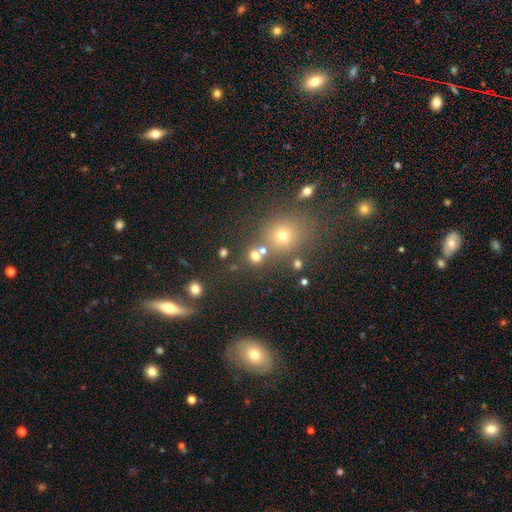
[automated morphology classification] smooth-or-featured: smooth: 70% | star or artifact: 22% | featured or disk: 8%
  how-rounded: round: 86% | in between: 13% | cigar-shaped: 1%
  merging: none: 68% | merger: 20% | minor disturbance: 8% | major disturbance: 4%